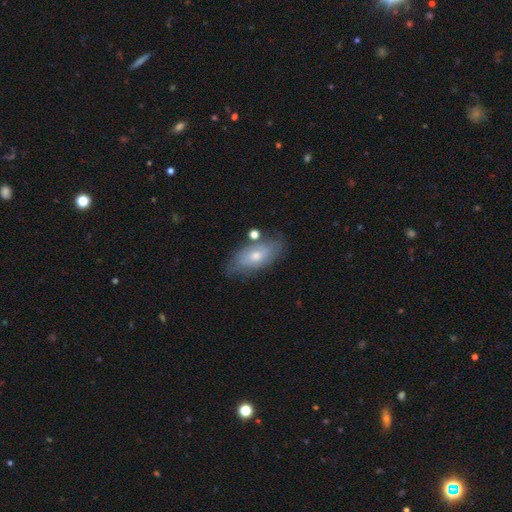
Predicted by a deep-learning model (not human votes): Morphology: type=smooth (52%); roundness=in between (86%); merging=none (67%).